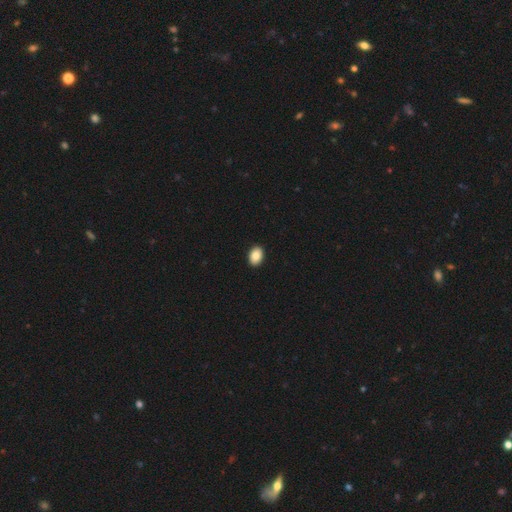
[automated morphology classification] A smooth galaxy with no disk features (86%) that is in between round and cigar-shaped (79%). Merging: none (92%).